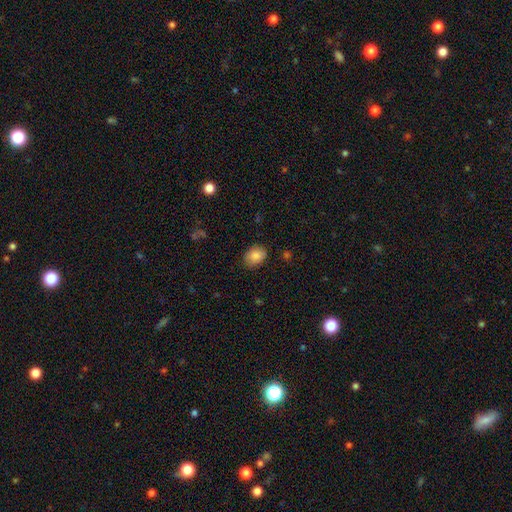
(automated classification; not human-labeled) smooth 86%, star or artifact 8%, featured or disk 5%. Down the decision tree: how rounded — in between (65%); merging — none (81%).